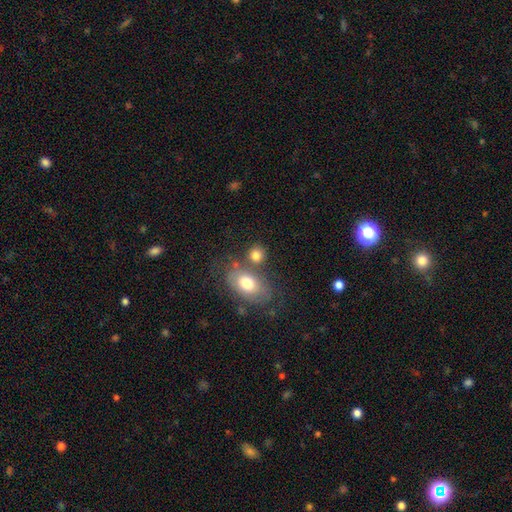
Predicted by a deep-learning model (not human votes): smooth_or_featured: smooth (p=0.78) [alt: featured or disk p=0.14]
how_rounded: round (p=0.59) [alt: in between p=0.39]
merging: none (p=0.57) [alt: merger p=0.25]